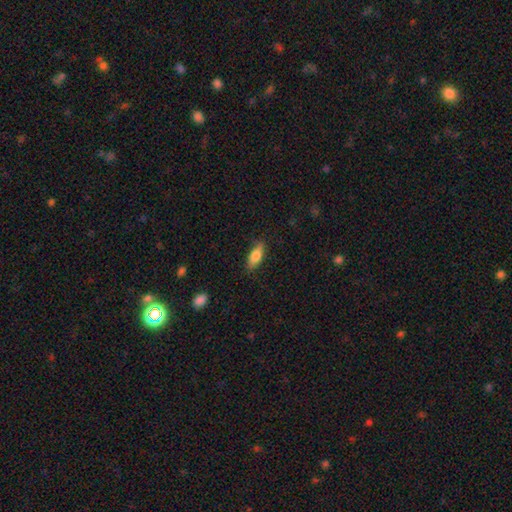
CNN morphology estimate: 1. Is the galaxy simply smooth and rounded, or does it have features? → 75% smooth, 19% featured or disk, 7% star or artifact.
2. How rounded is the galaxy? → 66% in between, 31% cigar-shaped, 3% round.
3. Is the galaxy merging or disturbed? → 81% none, 15% minor disturbance, 3% major disturbance, 1% merger.